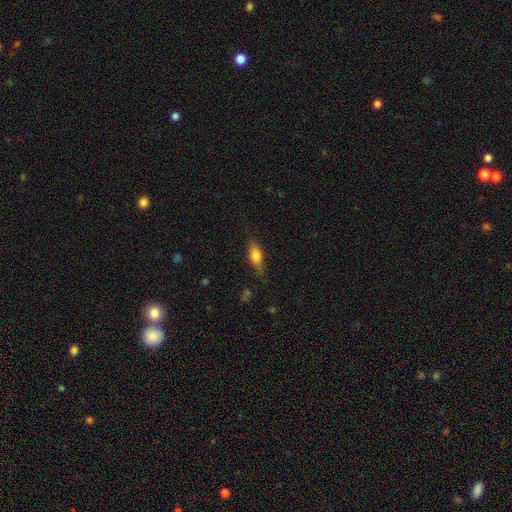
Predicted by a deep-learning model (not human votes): Smooth or featured?
  - smooth: 76% *
  - featured or disk: 16%
  - star or artifact: 8%
How rounded?
  - in between: 77% *
  - cigar-shaped: 18%
  - round: 5%
Merging?
  - none: 71% *
  - minor disturbance: 22%
  - major disturbance: 6%
  - merger: 2%